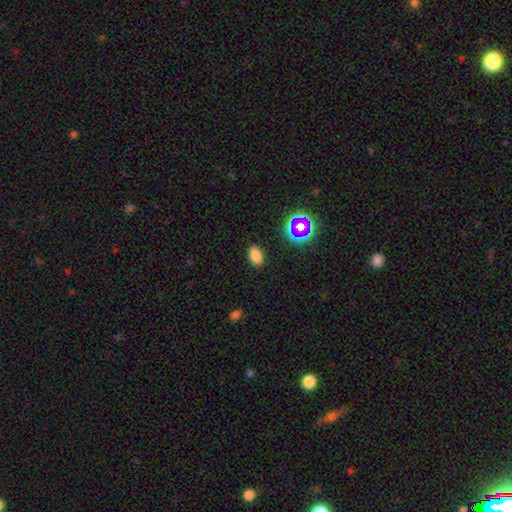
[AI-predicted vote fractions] smooth_or_featured: smooth (p=0.78) [alt: star or artifact p=0.15]
how_rounded: in between (p=0.88) [alt: round p=0.10]
merging: none (p=0.87) [alt: minor disturbance p=0.09]